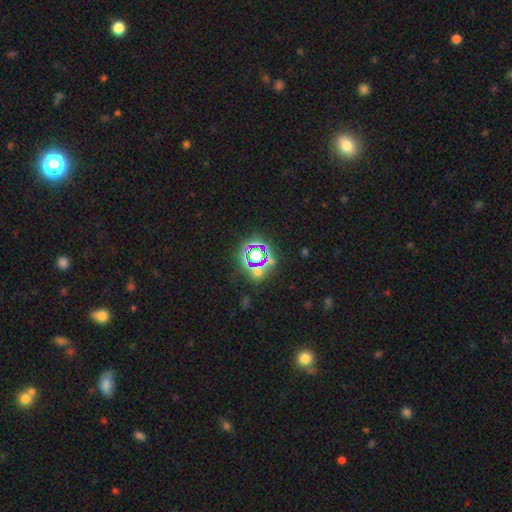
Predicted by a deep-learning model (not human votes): Overall: star or artifact (70%).